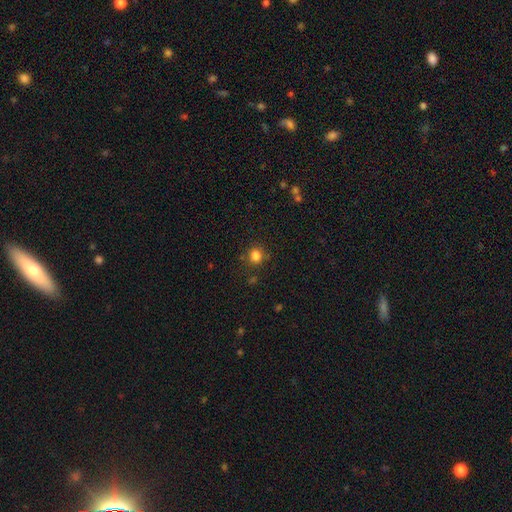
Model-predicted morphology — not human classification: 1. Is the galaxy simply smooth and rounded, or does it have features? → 82% smooth, 13% star or artifact, 5% featured or disk.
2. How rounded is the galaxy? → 85% round, 14% in between, 1% cigar-shaped.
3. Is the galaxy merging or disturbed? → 83% none, 10% minor disturbance, 4% merger, 3% major disturbance.